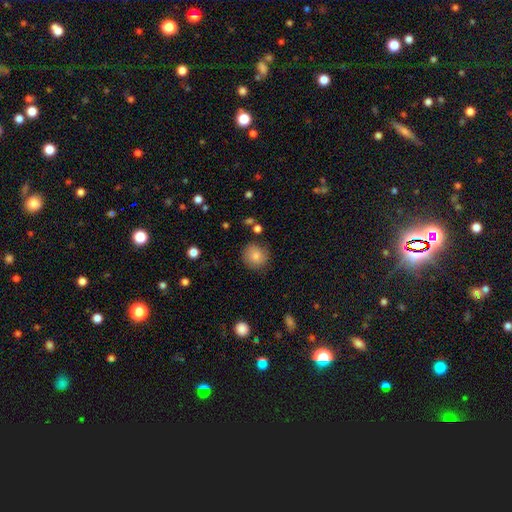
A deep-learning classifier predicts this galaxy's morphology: type=smooth (82%); roundness=round (87%); merging=none (84%).